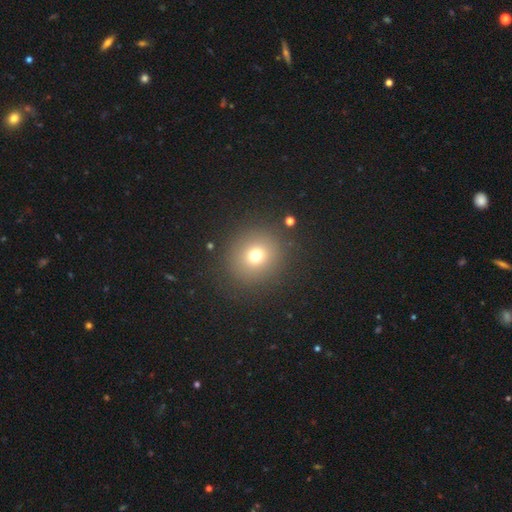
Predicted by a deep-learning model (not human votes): The model was most divided on "smooth or featured": smooth: 72%, star or artifact: 17%, featured or disk: 11%. More confident: how rounded — round (91%); merging — none (87%).